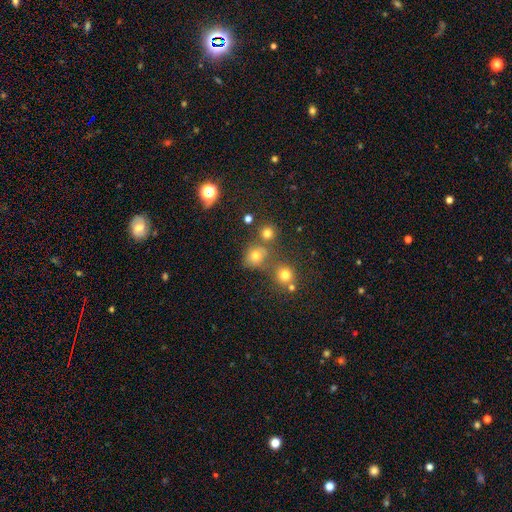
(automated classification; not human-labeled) smooth 71%, star or artifact 19%, featured or disk 10%. Down the decision tree: how rounded — round (78%); merging — none (62%).